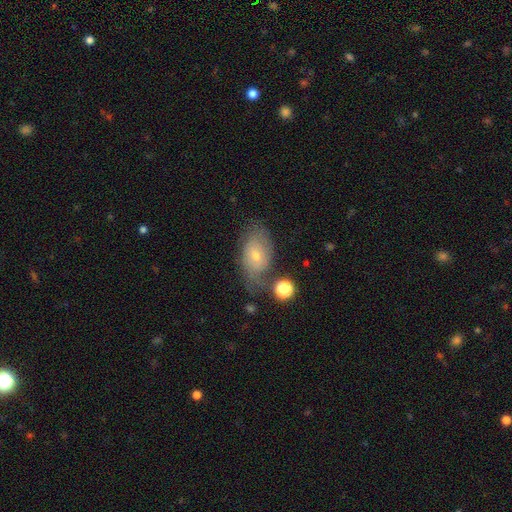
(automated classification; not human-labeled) Smooth or featured: featured or disk — 51% (smooth — 40%)
Edge-on disk: no — 92% (yes — 8%)
Merging: none — 51% (minor disturbance — 26%)